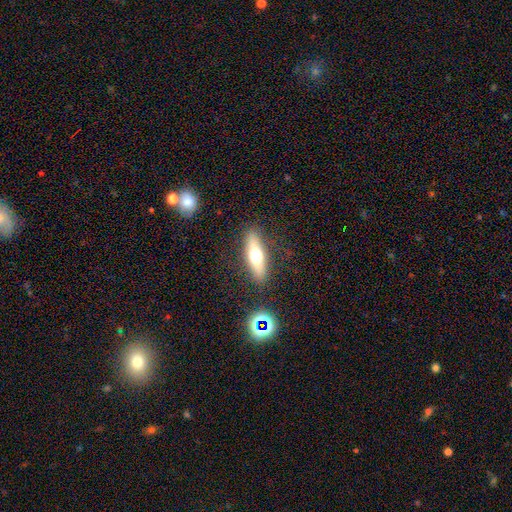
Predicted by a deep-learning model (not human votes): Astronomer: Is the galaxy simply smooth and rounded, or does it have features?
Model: smooth — 50% (runner-up: featured or disk, 42%).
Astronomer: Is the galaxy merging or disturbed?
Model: none — 85%.